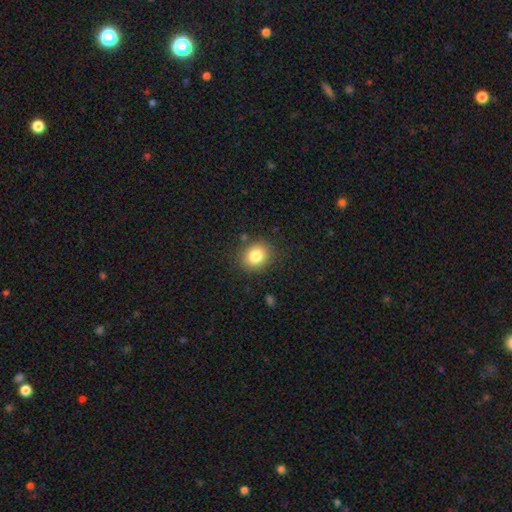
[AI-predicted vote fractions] Morphology: type=smooth (82%); roundness=round (69%); merging=none (85%).